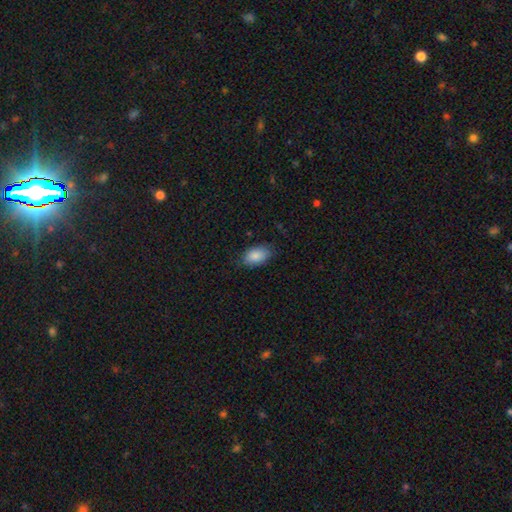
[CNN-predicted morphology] A smooth galaxy with no disk features (88%) that is in between round and cigar-shaped (91%).

Vote fractions:
- Smooth or featured? smooth: 88% / star or artifact: 7% / featured or disk: 6%
- How rounded? in between: 91% / round: 7% / cigar-shaped: 2%
- Merging? none: 78% / minor disturbance: 17% / major disturbance: 4% / merger: 1%